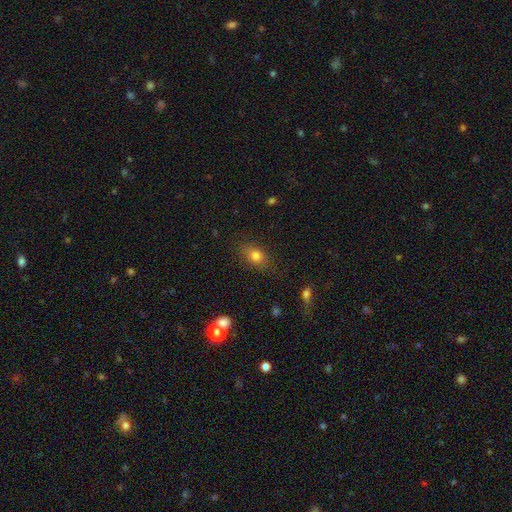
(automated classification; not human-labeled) Smooth or featured? Predicted: smooth (p=0.79). How rounded? Predicted: in between (p=0.72). Merging? Predicted: none (p=0.80).